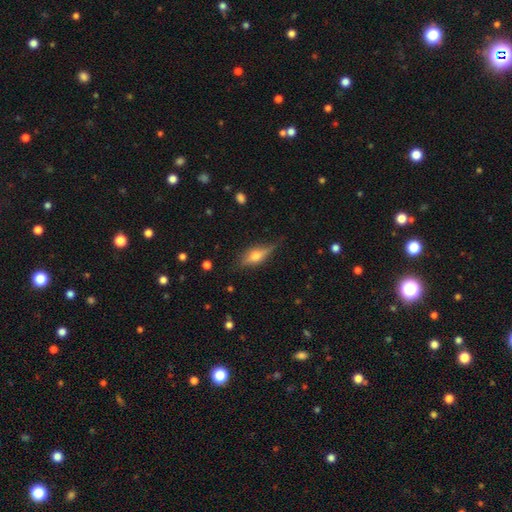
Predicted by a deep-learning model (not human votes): This is possibly a featured or disk galaxy (57%). It is clearly viewed edge-on (92%). Edge-on bulge: clearly rounded (89%). Merging: likely none (75%).